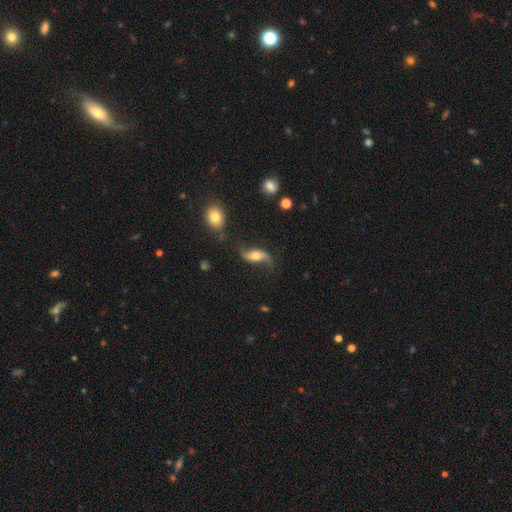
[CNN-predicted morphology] This is likely a featured or disk galaxy (79%). It is clearly not viewed edge-on (89%). Bar: possibly no (55%). Spiral arm pattern: clearly yes (93%). Spiral arm count: clearly 2 (93%). Spiral winding: clearly loose (92%). Central bulge: likely moderate (63%). Merging: likely none (70%).